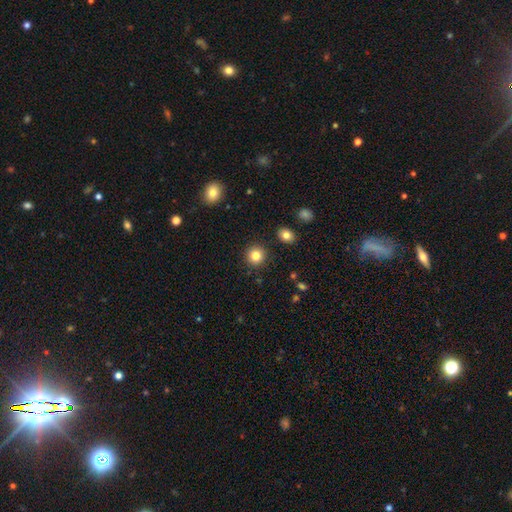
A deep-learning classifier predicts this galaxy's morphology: The model was most divided on "smooth or featured": smooth: 83%, star or artifact: 10%, featured or disk: 6%. More confident: how rounded — round (92%); merging — none (90%).